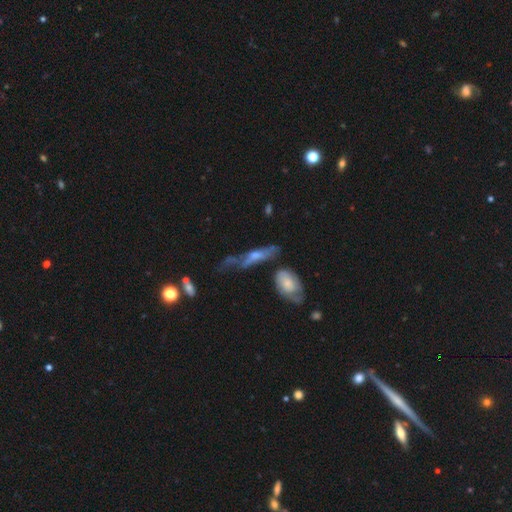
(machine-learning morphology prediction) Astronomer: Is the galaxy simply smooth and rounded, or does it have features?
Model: featured or disk — 51% (runner-up: smooth, 39%).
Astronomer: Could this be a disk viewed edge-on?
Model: no — 51% (runner-up: yes, 49%).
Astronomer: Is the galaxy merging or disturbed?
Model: none — 35% (runner-up: major disturbance, 26%).